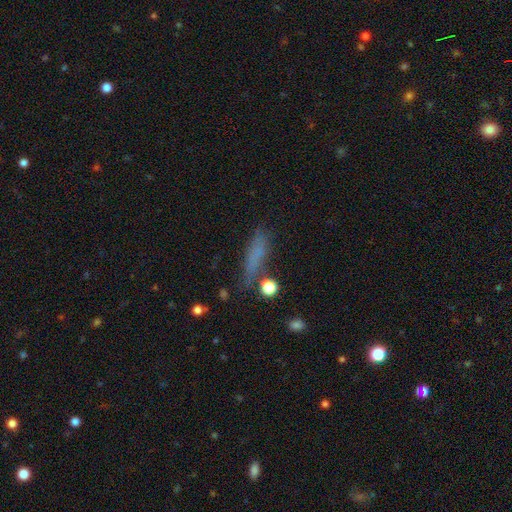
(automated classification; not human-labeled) A smooth galaxy with no disk features (65%) that is cigar-shaped (67%). Merging: none (58%).